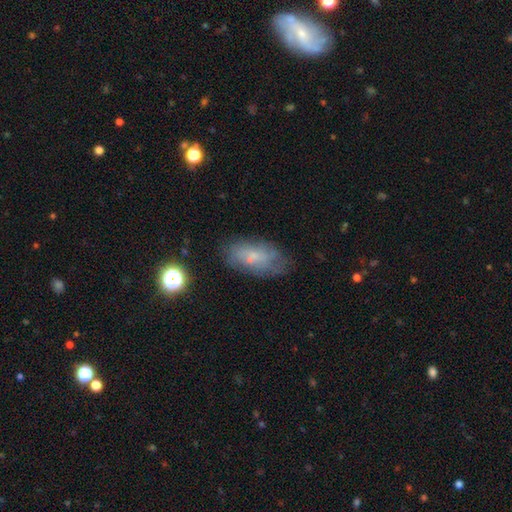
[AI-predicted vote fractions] Smooth or featured? Predicted: smooth (p=0.53). How rounded? Predicted: in between (p=0.89). Merging? Predicted: none (p=0.69).